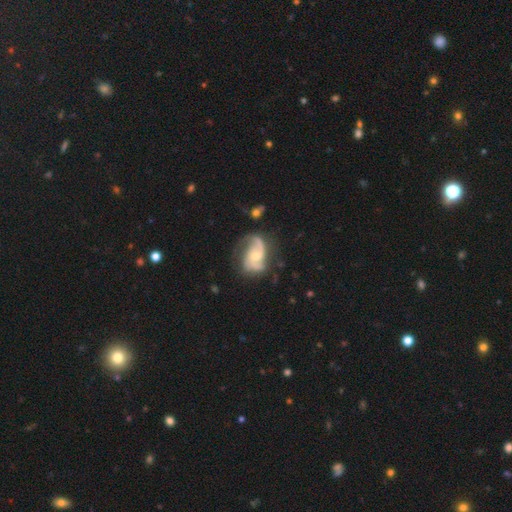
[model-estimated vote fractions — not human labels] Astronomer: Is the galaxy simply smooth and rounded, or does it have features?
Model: featured or disk — 83%.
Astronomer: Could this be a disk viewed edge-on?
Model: no — 97%.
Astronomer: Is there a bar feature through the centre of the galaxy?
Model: no — 62%.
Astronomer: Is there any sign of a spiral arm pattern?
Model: yes — 95%.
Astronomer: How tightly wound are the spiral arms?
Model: medium — 44% (runner-up: loose, 40%).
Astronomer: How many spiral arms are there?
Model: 2 — 73%.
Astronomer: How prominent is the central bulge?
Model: moderate — 48% (runner-up: small, 45%).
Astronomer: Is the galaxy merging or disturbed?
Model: none — 58%.